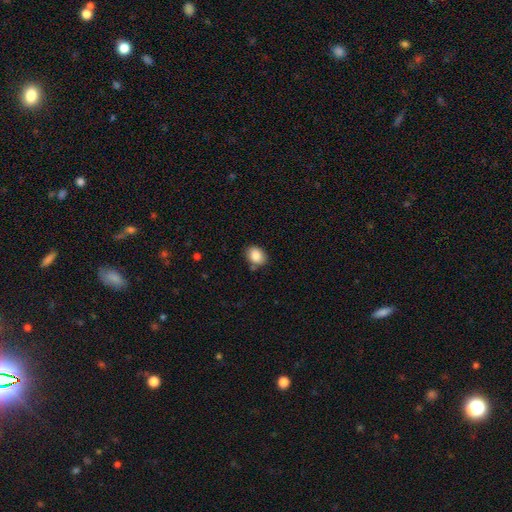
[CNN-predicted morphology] This is clearly a smooth galaxy (87%). How rounded: likely in between (64%). Merging: likely none (78%).